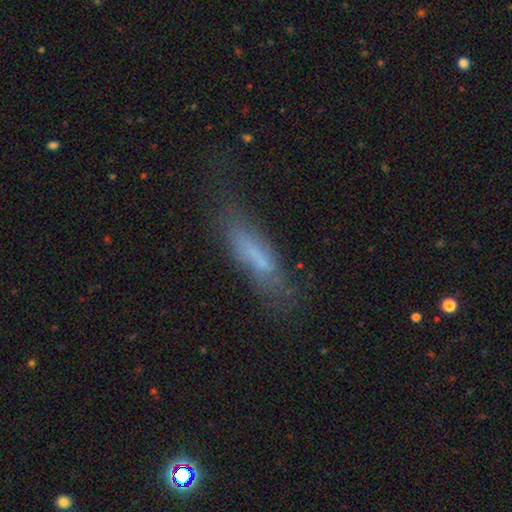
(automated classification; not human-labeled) Smooth or featured?
  - smooth: 57% *
  - featured or disk: 32%
  - star or artifact: 12%
How rounded?
  - cigar-shaped: 72% *
  - in between: 26%
  - round: 2%
Merging?
  - none: 53% *
  - minor disturbance: 26%
  - major disturbance: 18%
  - merger: 3%